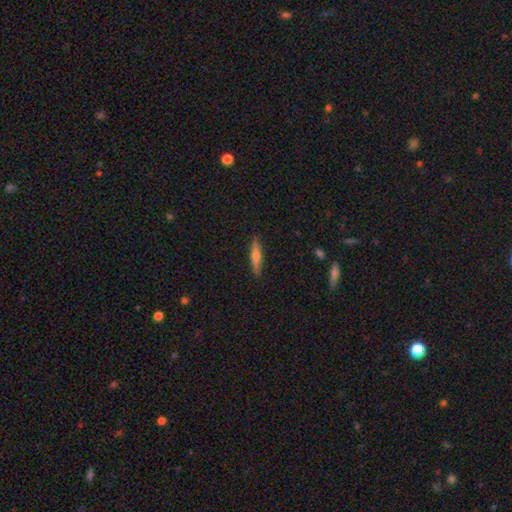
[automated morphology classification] A smooth galaxy with no disk features (53%) that is cigar-shaped (87%).

Vote fractions:
- Smooth or featured? smooth: 53% / featured or disk: 40% / star or artifact: 7%
- How rounded? cigar-shaped: 87% / in between: 11% / round: 2%
- Merging? none: 89% / minor disturbance: 8% / major disturbance: 2% / merger: 1%